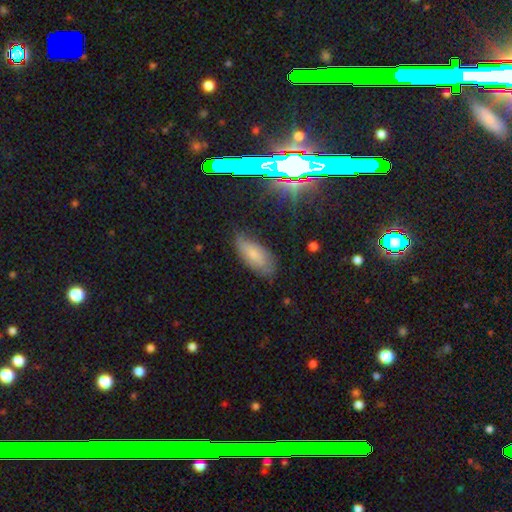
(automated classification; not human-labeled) smooth 53%, featured or disk 27%, star or artifact 20%. Down the decision tree: how rounded — in between (83%); merging — none (77%).